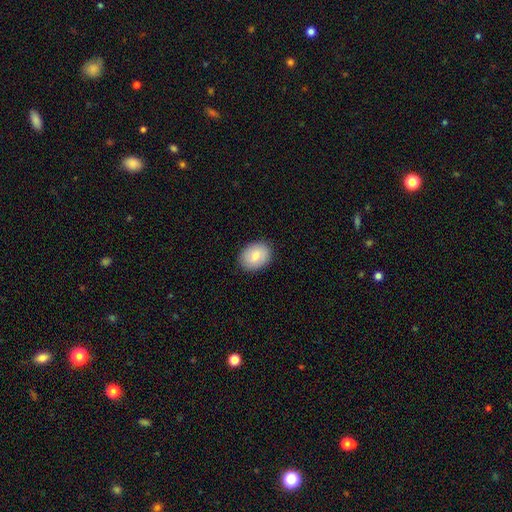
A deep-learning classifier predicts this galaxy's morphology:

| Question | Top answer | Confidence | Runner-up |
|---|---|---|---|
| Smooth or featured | smooth | 78% | featured or disk (15%) |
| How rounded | in between | 64% | round (35%) |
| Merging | none | 88% | minor disturbance (9%) |